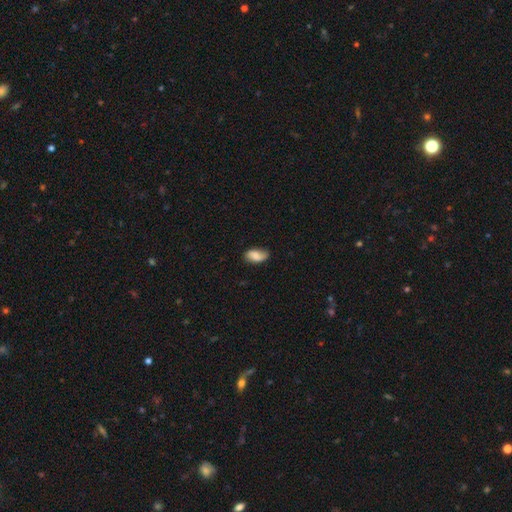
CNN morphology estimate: This is likely a smooth galaxy (72%). How rounded: clearly in between (92%). Merging: likely none (68%).